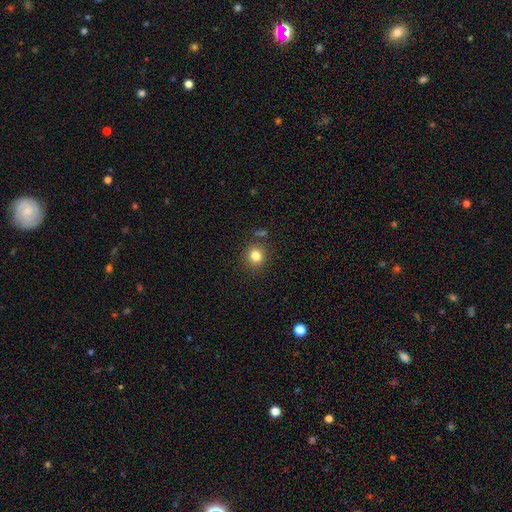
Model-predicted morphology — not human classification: This appears to be a smooth galaxy with no disk features (82%) that is round (85%). Merging: none (83%).